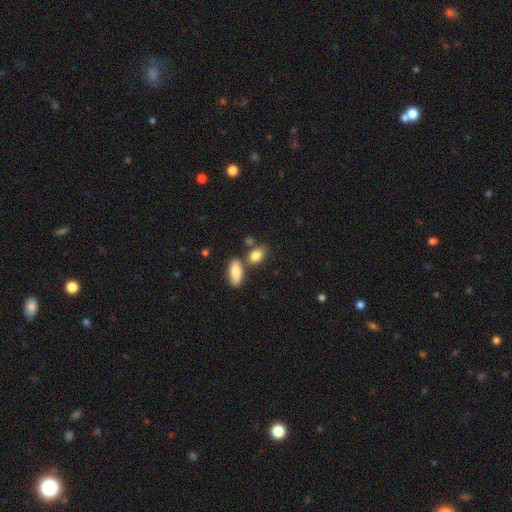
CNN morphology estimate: smooth_or_featured: smooth (p=0.84) [alt: star or artifact p=0.08]
how_rounded: in between (p=0.82) [alt: round p=0.13]
merging: none (p=0.60) [alt: merger p=0.22]